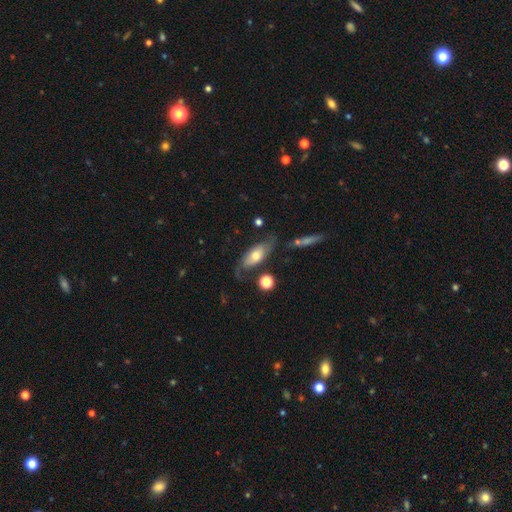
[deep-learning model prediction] Morphology: type=featured or disk (49%); merging=none (55%).